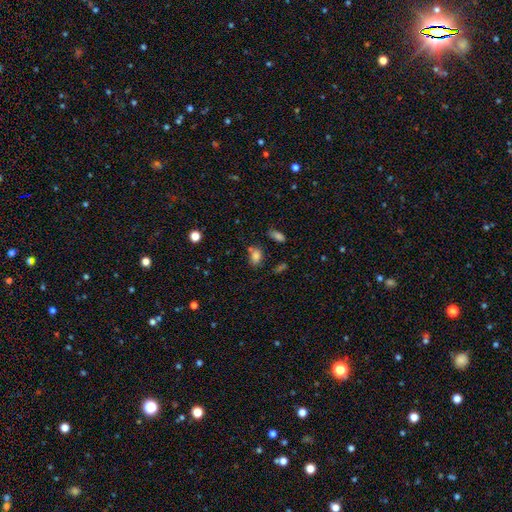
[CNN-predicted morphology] Smooth or featured: smooth — 79% (star or artifact — 12%)
How rounded: in between — 79% (round — 18%)
Merging: none — 63% (minor disturbance — 18%)